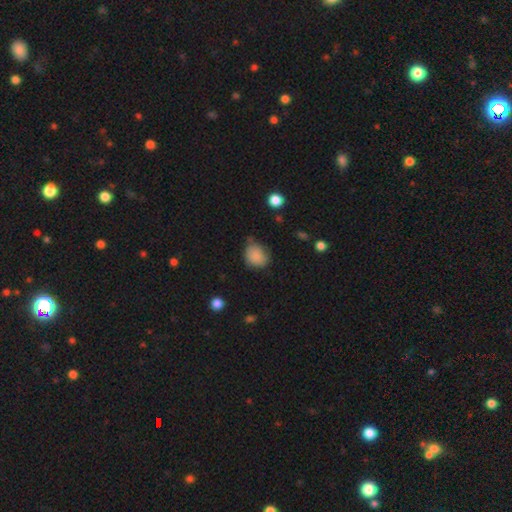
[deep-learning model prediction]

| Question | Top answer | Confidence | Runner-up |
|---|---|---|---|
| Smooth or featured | smooth | 85% | star or artifact (9%) |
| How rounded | round | 57% | in between (42%) |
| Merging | none | 57% | minor disturbance (32%) |